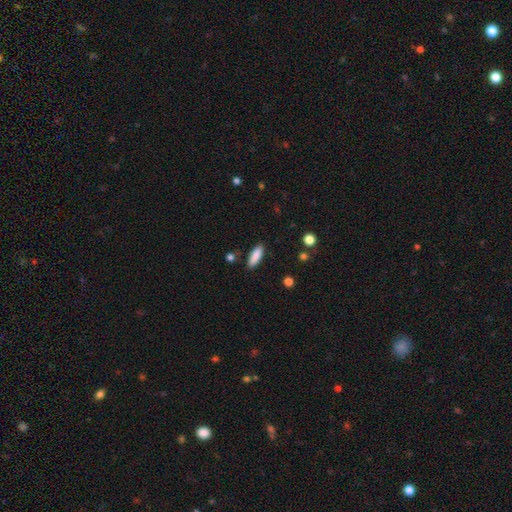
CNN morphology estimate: Smooth or featured? smooth (87%)
How rounded? in between (50%)
Merging? none (86%)